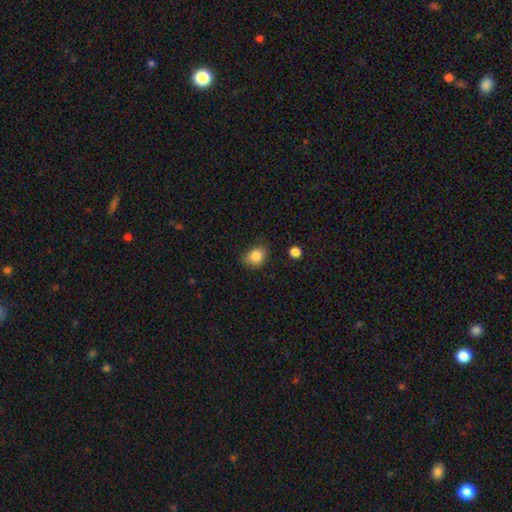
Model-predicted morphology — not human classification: smooth 83%, star or artifact 10%, featured or disk 7%. Down the decision tree: how rounded — round (51%); merging — none (73%).